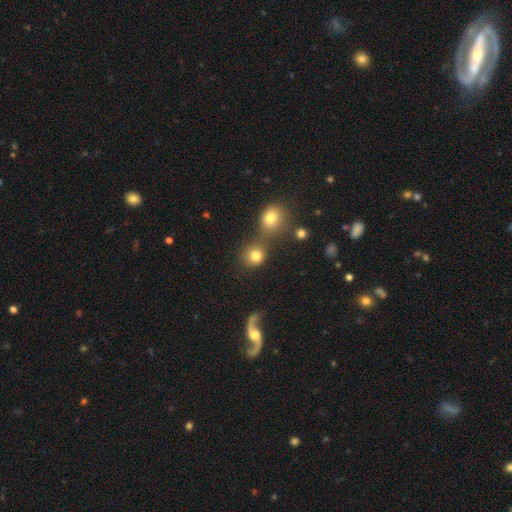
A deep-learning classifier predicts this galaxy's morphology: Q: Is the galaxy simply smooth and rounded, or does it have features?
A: smooth — 79%.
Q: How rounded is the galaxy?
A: round — 86%.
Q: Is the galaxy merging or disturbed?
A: none — 52%.